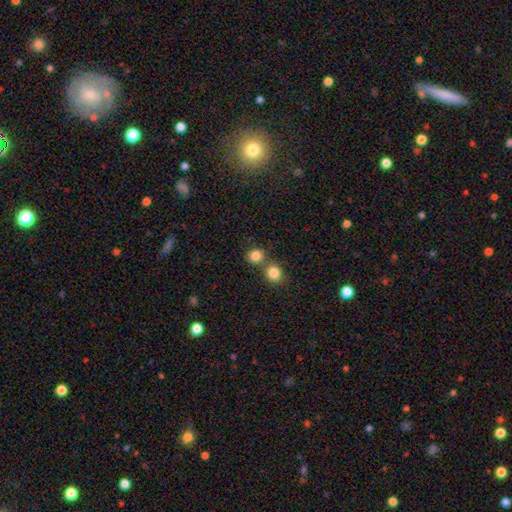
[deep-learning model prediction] Smooth or featured?
  - smooth: 83% *
  - star or artifact: 11%
  - featured or disk: 6%
How rounded?
  - round: 85% *
  - in between: 14%
  - cigar-shaped: 1%
Merging?
  - none: 56% *
  - merger: 35%
  - minor disturbance: 7%
  - major disturbance: 3%